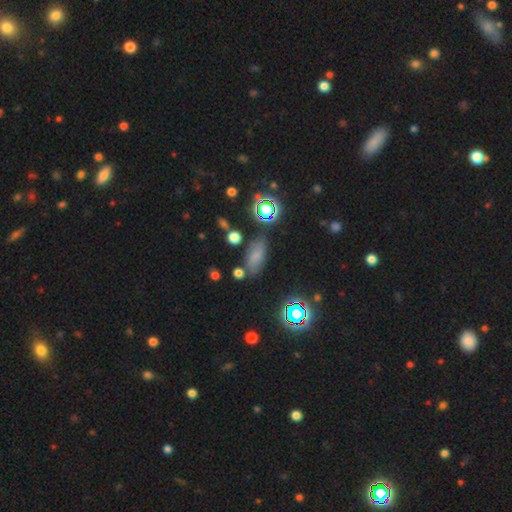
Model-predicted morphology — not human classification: This appears to be a smooth galaxy with no disk features (63%) that is in between round and cigar-shaped (82%). Merging: none (70%).